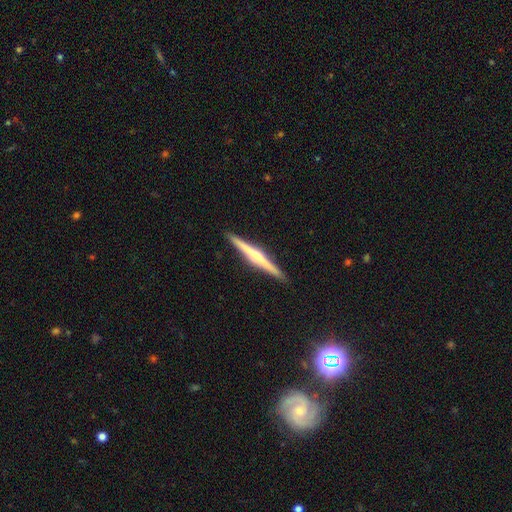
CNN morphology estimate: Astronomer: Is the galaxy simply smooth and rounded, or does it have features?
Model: featured or disk — 71%.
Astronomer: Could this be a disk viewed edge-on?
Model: yes — 98%.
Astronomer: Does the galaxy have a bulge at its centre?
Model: rounded — 64%.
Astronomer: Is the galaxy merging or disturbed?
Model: none — 92%.